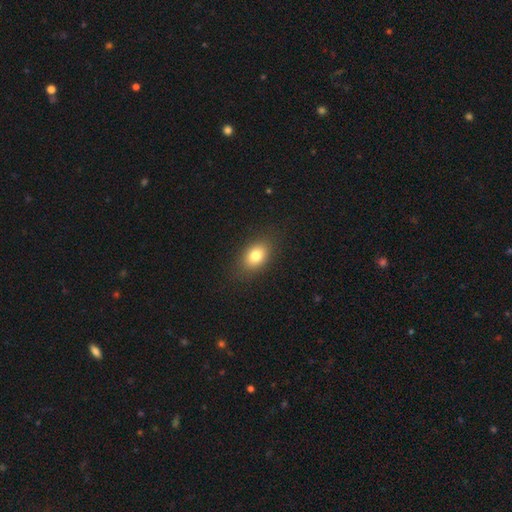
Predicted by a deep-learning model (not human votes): Overall: smooth (79%). How rounded: in between (74%). Merging: none (84%).